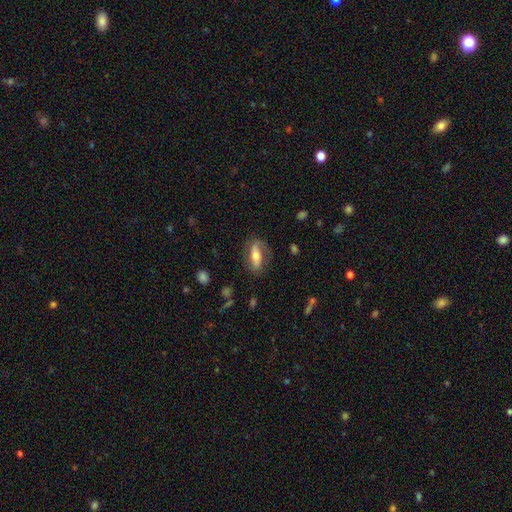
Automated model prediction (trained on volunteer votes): This appears to be a featured or disk galaxy (56%). Merging: none (69%).